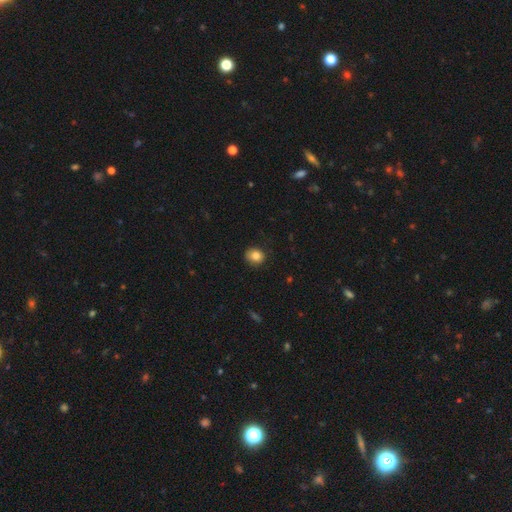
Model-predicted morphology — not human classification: smooth_or_featured: smooth (p=0.83) [alt: star or artifact p=0.10]
how_rounded: round (p=0.76) [alt: in between p=0.23]
merging: none (p=0.83) [alt: minor disturbance p=0.13]